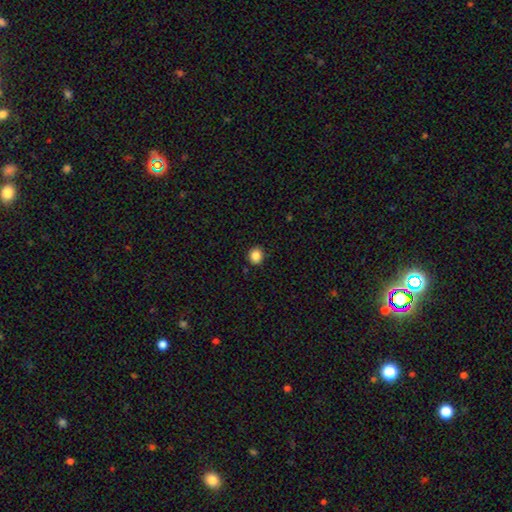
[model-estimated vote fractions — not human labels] This is clearly a smooth galaxy (86%). How rounded: clearly round (84%). Merging: clearly none (89%).